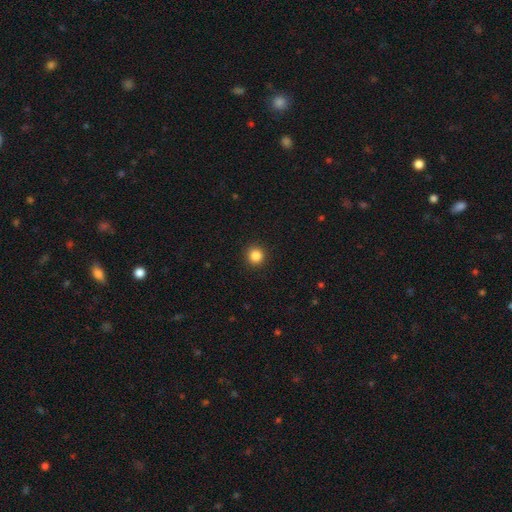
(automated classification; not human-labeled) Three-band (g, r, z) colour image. It shows a smooth galaxy with no disk features (85%) that is round (95%). Merging: none (93%).